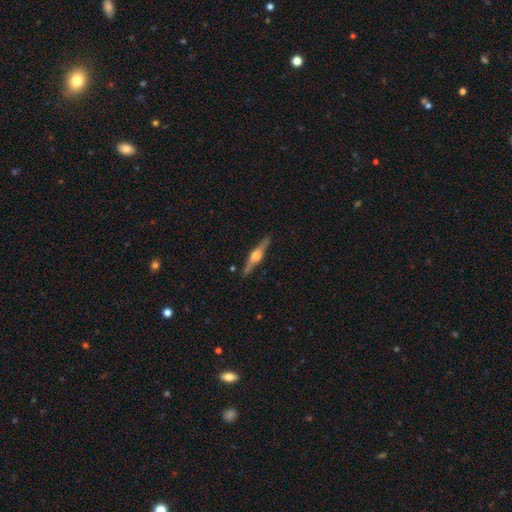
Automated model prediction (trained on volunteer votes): Overall: featured or disk (75%). Edge-on disk: yes (98%). Edge-on bulge: rounded (92%). Merging: none (89%).